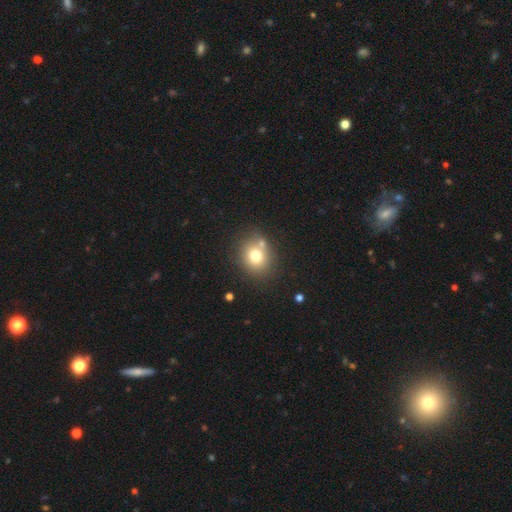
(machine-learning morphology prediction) Overall: smooth (74%). How rounded: round (74%). Merging: none (70%).